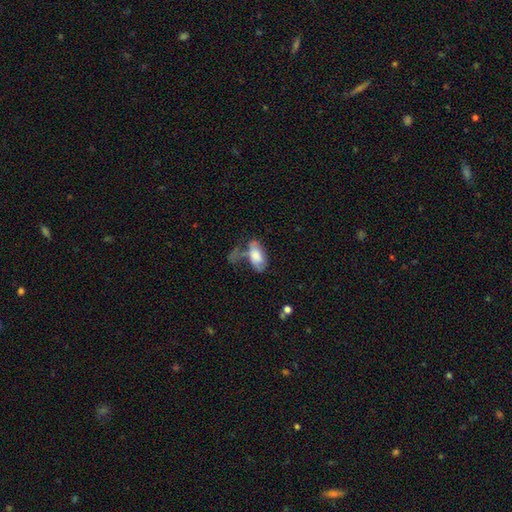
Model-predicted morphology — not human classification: smooth_or_featured: smooth (p=0.65) [alt: featured or disk p=0.28]
how_rounded: in between (p=0.91) [alt: cigar-shaped p=0.05]
merging: major disturbance (p=0.31) [alt: none p=0.25]